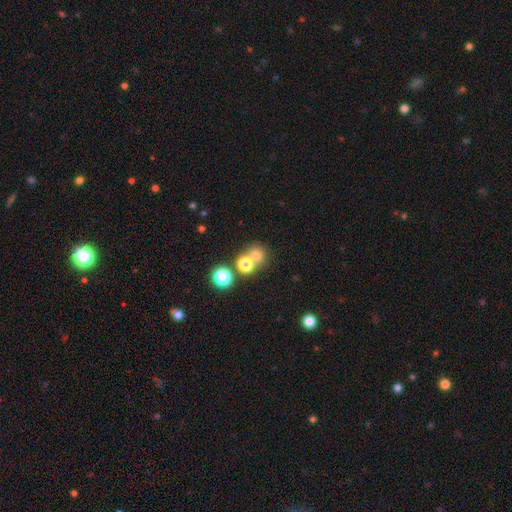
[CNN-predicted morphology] smooth_or_featured: smooth (p=0.72) [alt: star or artifact p=0.18]
how_rounded: round (p=0.84) [alt: in between p=0.15]
merging: none (p=0.50) [alt: merger p=0.39]